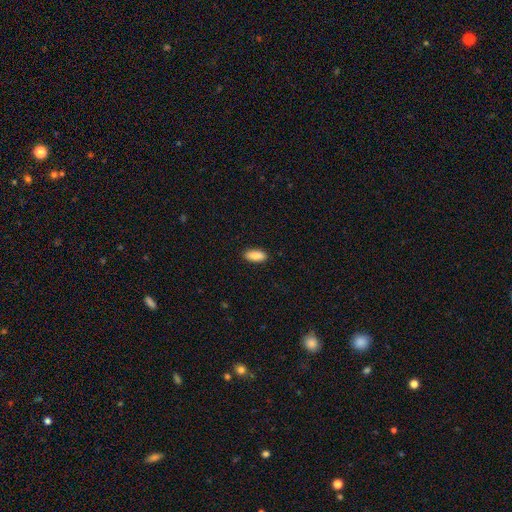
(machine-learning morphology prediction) type=smooth (89%); roundness=in between (87%); merging=none (90%).